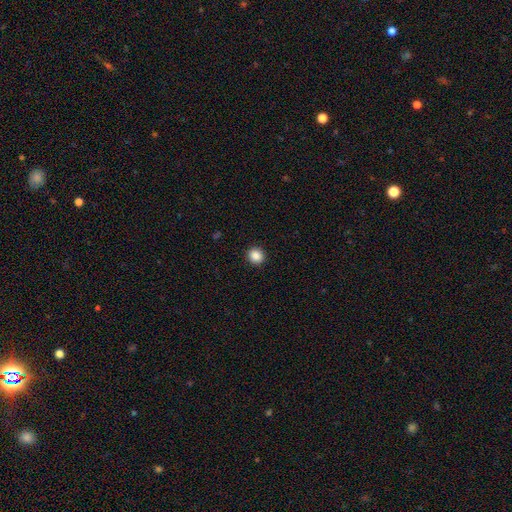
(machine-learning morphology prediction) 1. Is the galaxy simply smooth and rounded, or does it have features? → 88% smooth, 9% star or artifact, 3% featured or disk.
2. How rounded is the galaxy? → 87% round, 12% in between, 1% cigar-shaped.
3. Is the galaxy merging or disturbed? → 92% none, 5% minor disturbance, 2% major disturbance, 1% merger.